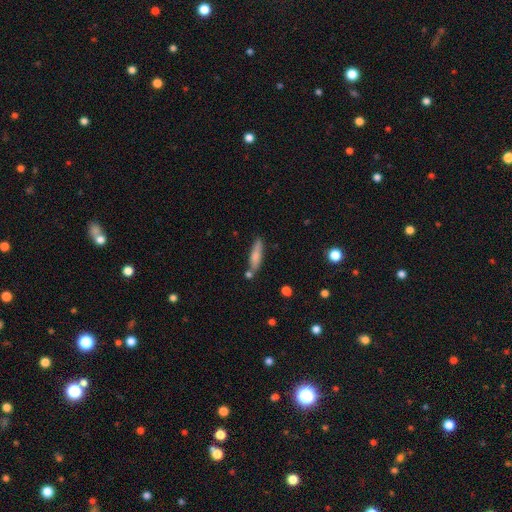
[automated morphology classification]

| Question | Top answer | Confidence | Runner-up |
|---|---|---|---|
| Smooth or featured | smooth | 74% | featured or disk (20%) |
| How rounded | cigar-shaped | 75% | in between (23%) |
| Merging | none | 70% | minor disturbance (16%) |